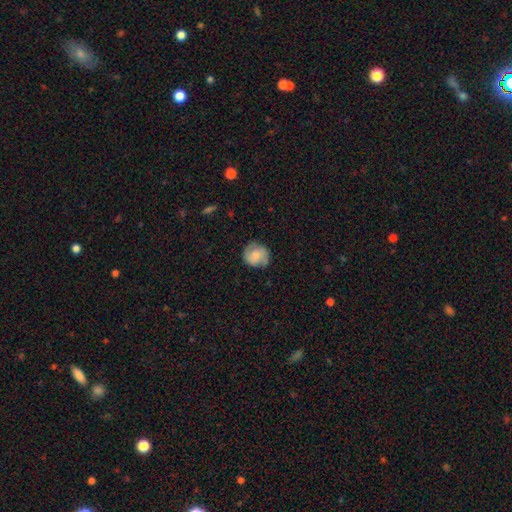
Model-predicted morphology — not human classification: Overall: smooth (55%; featured or disk 36%). How rounded: round (83%). Merging: none (74%).